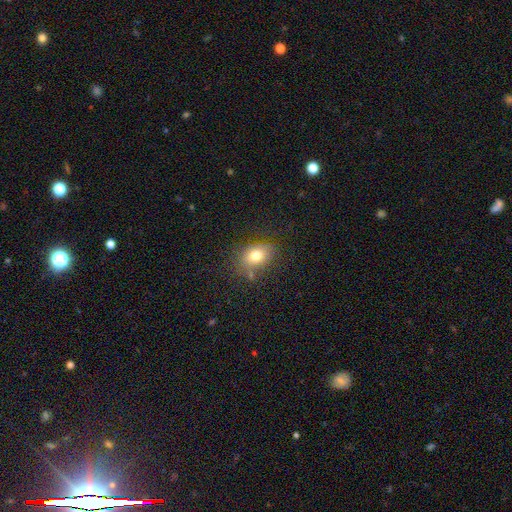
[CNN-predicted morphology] This appears to be a smooth galaxy with no disk features (75%) that is in between round and cigar-shaped (71%). Merging: none (72%).